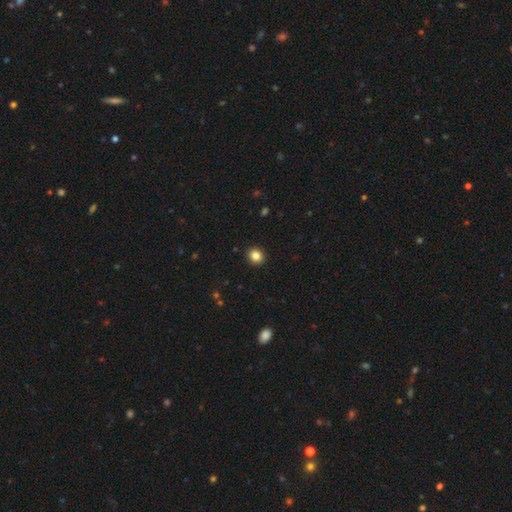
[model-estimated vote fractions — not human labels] A smooth galaxy with no disk features (85%) that is round (81%). Merging: none (92%).